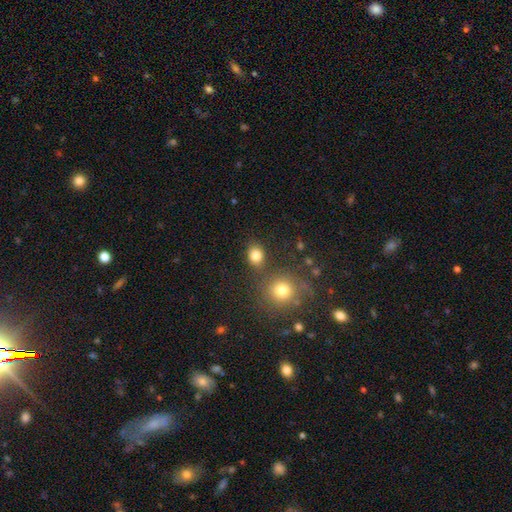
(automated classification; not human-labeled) smooth_or_featured: smooth (p=0.82) [alt: star or artifact p=0.13]
how_rounded: round (p=0.59) [alt: in between p=0.40]
merging: none (p=0.75) [alt: merger p=0.11]